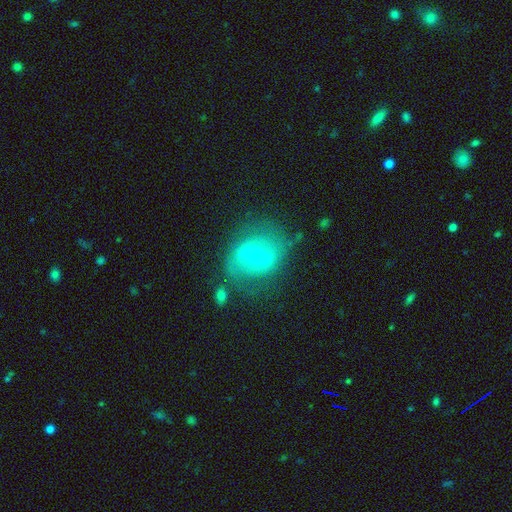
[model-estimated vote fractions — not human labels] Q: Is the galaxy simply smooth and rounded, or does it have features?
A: featured or disk — 74%.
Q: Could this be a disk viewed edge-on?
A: no — 93%.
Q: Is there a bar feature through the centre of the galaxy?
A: strong — 52%.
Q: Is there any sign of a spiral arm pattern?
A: yes — 63%.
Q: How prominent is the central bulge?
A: moderate — 62%.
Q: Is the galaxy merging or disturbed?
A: none — 65%.